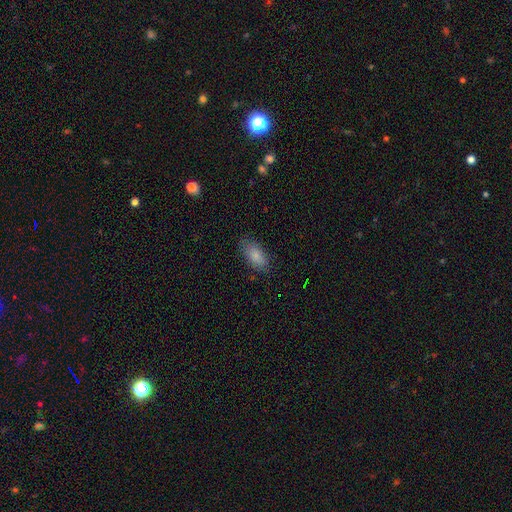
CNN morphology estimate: The model was most divided on "merging": none: 80%, minor disturbance: 15%, major disturbance: 4%, merger: 1%. More confident: how rounded — in between (91%); smooth or featured — smooth (85%).